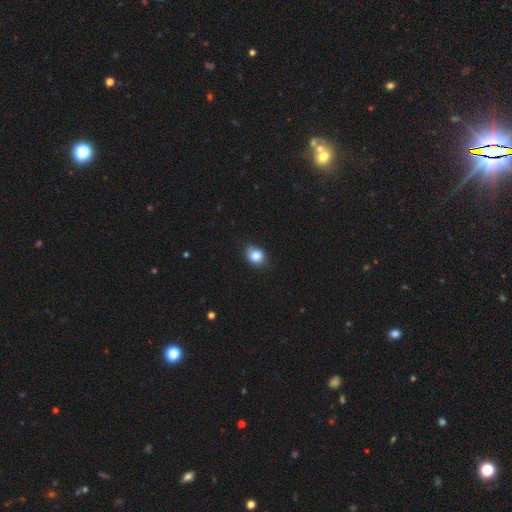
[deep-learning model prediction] Smooth or featured? Predicted: smooth (p=0.85). How rounded? Predicted: round (p=0.52). Merging? Predicted: none (p=0.83).